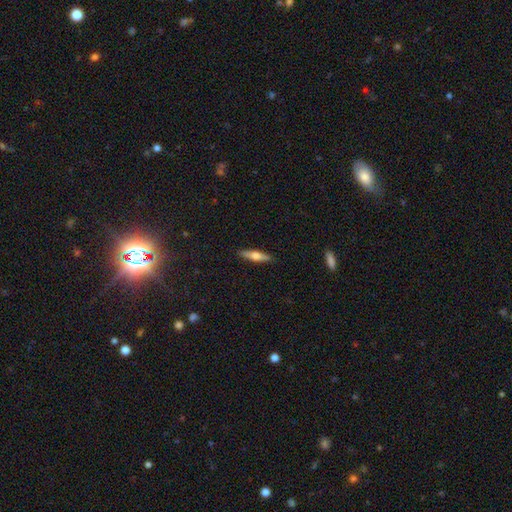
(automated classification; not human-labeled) smooth-or-featured: featured or disk: 49% | smooth: 45% | star or artifact: 6%
  merging: none: 90% | minor disturbance: 8% | major disturbance: 2% | merger: 1%